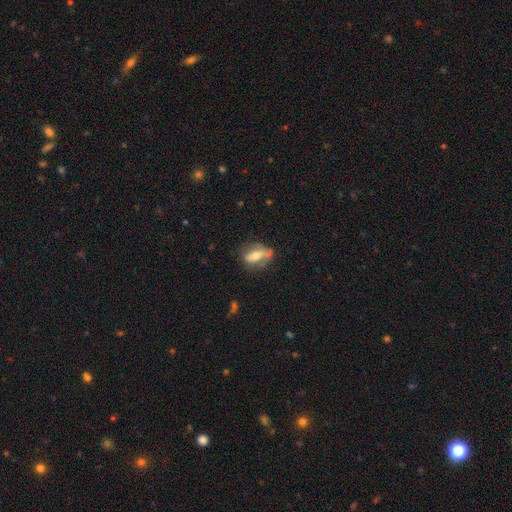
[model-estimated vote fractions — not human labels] A smooth galaxy with no disk features (50%) that is in between round and cigar-shaped (72%).

Vote fractions:
- Smooth or featured? smooth: 50% / featured or disk: 42% / star or artifact: 8%
- How rounded? in between: 72% / cigar-shaped: 19% / round: 8%
- Merging? none: 57% / minor disturbance: 28% / major disturbance: 12% / merger: 3%